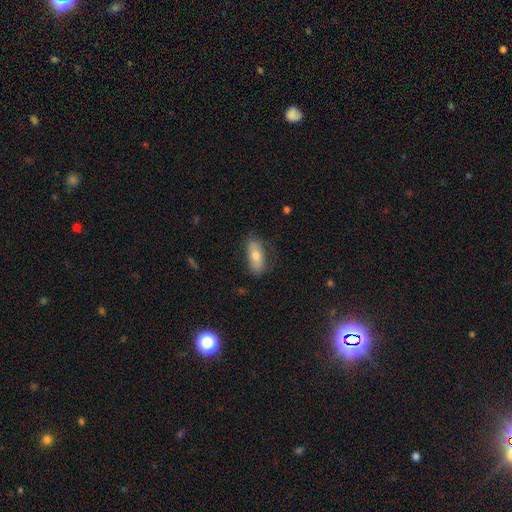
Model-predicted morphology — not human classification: A smooth galaxy with no disk features (65%) that is in between round and cigar-shaped (77%).

Vote fractions:
- Smooth or featured? smooth: 65% / featured or disk: 27% / star or artifact: 8%
- How rounded? in between: 77% / cigar-shaped: 20% / round: 3%
- Merging? none: 70% / minor disturbance: 21% / major disturbance: 7% / merger: 1%